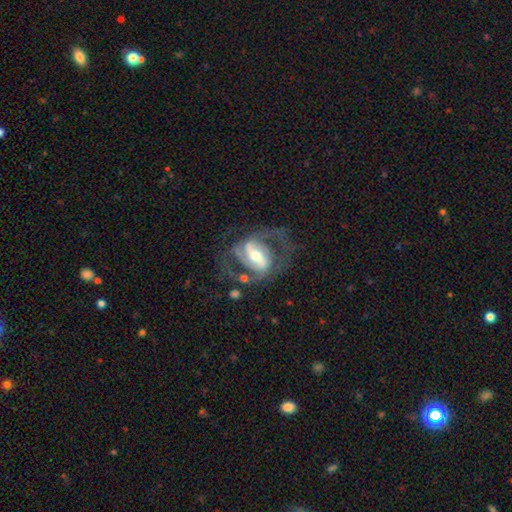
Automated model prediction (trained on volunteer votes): Morphology: type=featured or disk (87%); edge-on=no (96%); bar=strong (54%); spiral arms=yes (93%); winding=medium (54%); arm count=2 (81%); bulge=moderate (62%); merging=none (56%).